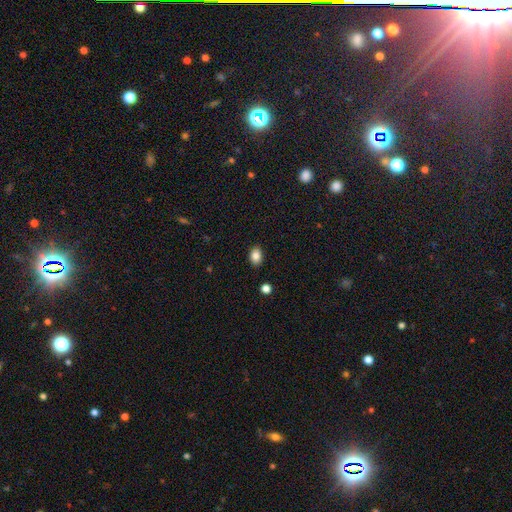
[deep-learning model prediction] Smooth or featured? smooth (86%)
How rounded? in between (78%)
Merging? none (88%)